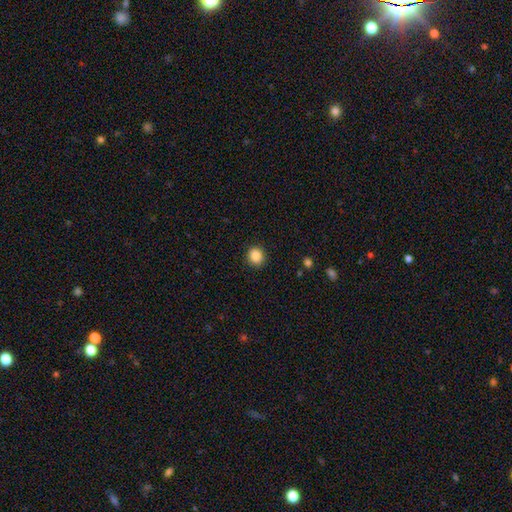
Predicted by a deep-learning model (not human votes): The model was most divided on "how rounded": round: 83%, in between: 16%, cigar-shaped: 1%. More confident: merging — none (91%); smooth or featured — smooth (87%).